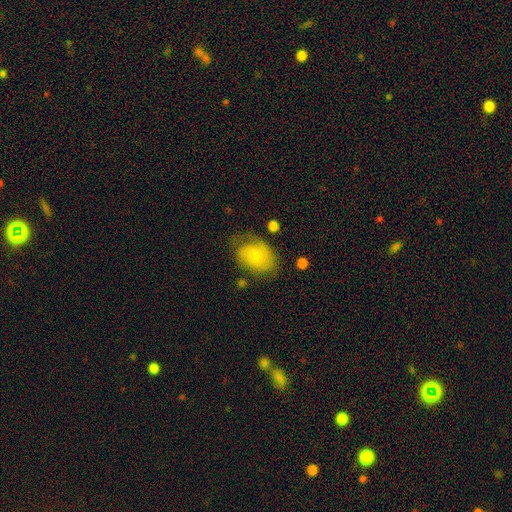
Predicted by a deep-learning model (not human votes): Smooth or featured?
  - smooth: 53% *
  - featured or disk: 40%
  - star or artifact: 7%
How rounded?
  - in between: 71% *
  - round: 28%
  - cigar-shaped: 1%
Merging?
  - none: 54% *
  - minor disturbance: 28%
  - major disturbance: 16%
  - merger: 2%